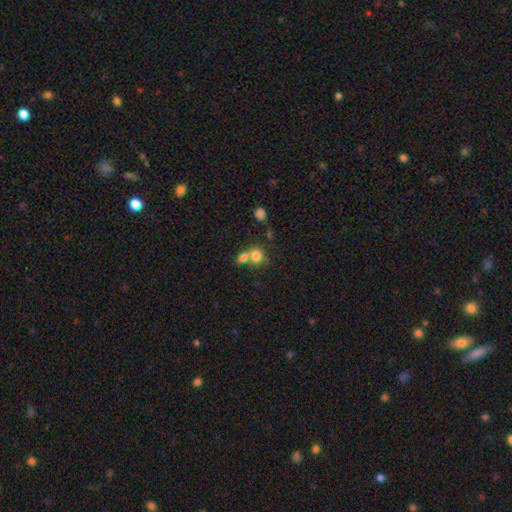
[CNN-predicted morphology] smooth_or_featured: smooth (p=0.78) [alt: star or artifact p=0.11]
how_rounded: round (p=0.73) [alt: in between p=0.26]
merging: merger (p=0.54) [alt: none p=0.35]